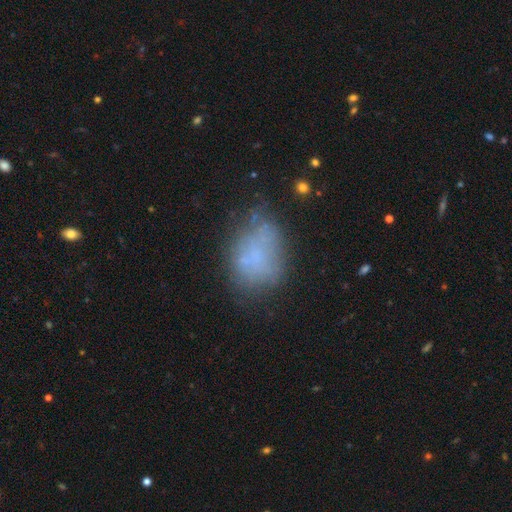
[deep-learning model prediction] Q: Smooth or featured?
A: smooth (55%); runner-up: featured or disk (31%)
Q: How rounded?
A: in between (65%); runner-up: round (34%)
Q: Merging?
A: none (46%); runner-up: minor disturbance (29%)